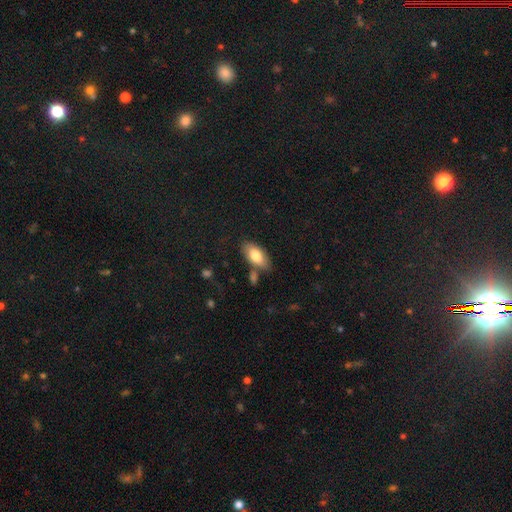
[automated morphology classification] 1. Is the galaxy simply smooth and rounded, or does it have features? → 78% smooth, 16% featured or disk, 6% star or artifact.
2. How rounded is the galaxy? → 91% in between, 6% cigar-shaped, 3% round.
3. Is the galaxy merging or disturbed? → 72% none, 16% minor disturbance, 8% merger, 4% major disturbance.